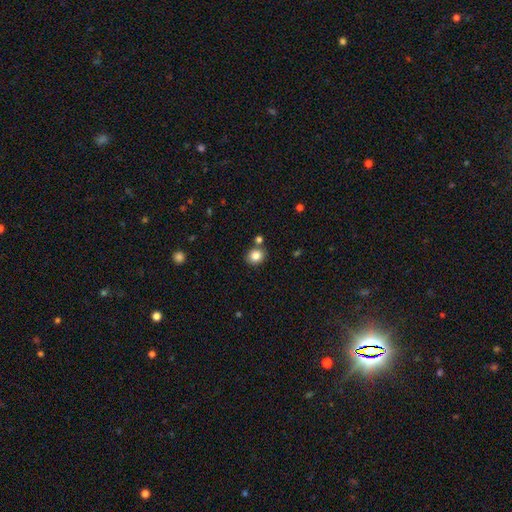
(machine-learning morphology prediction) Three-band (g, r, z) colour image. It shows a smooth galaxy with no disk features (84%) that is round (78%). Merging: none (78%).